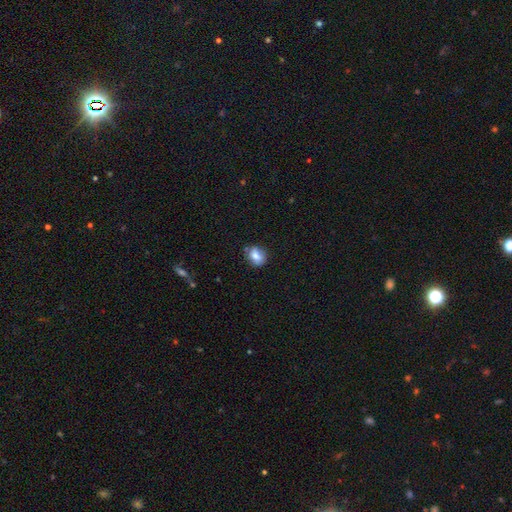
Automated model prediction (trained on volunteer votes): This appears to be a smooth galaxy with no disk features (75%) that is round (58%). Merging: none (71%).